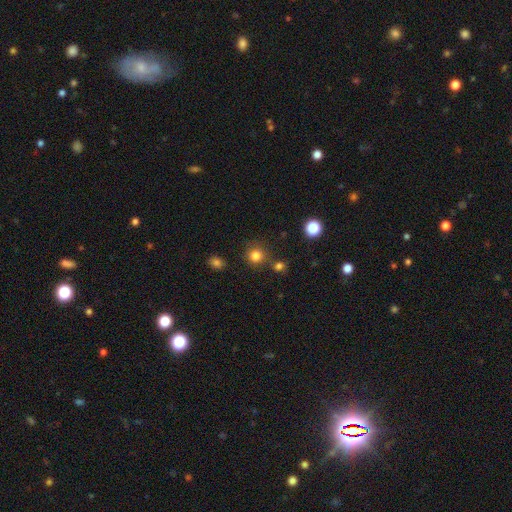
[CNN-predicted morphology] Q: Smooth or featured?
A: smooth (80%); runner-up: star or artifact (15%)
Q: How rounded?
A: round (92%); runner-up: in between (7%)
Q: Merging?
A: none (80%); runner-up: minor disturbance (9%)